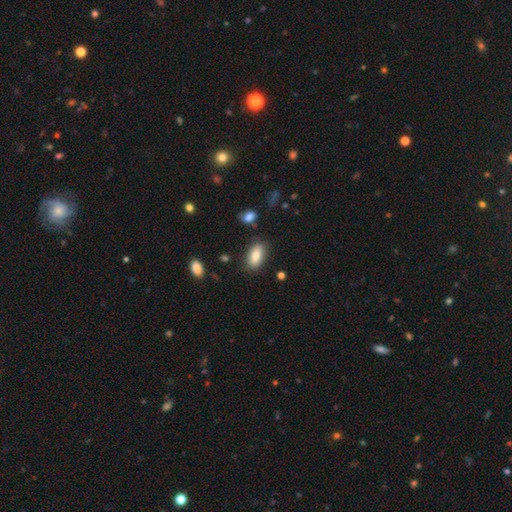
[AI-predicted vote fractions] Smooth or featured?
  - smooth: 86% *
  - featured or disk: 7%
  - star or artifact: 7%
How rounded?
  - in between: 89% *
  - cigar-shaped: 8%
  - round: 3%
Merging?
  - none: 82% *
  - minor disturbance: 13%
  - major disturbance: 3%
  - merger: 3%